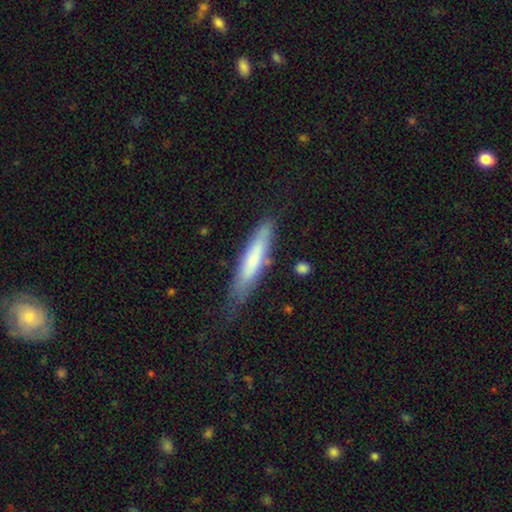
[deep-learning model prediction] Q: Smooth or featured?
A: smooth (63%); runner-up: featured or disk (31%)
Q: How rounded?
A: cigar-shaped (86%); runner-up: in between (13%)
Q: Merging?
A: none (66%); runner-up: minor disturbance (25%)